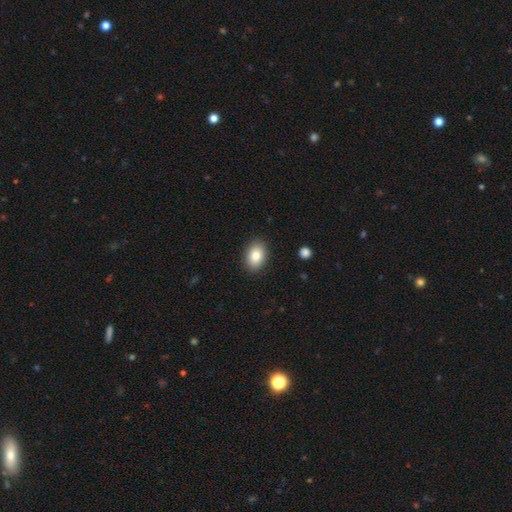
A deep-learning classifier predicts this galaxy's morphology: This is clearly a smooth galaxy (84%). How rounded: clearly in between (81%). Merging: clearly none (88%).